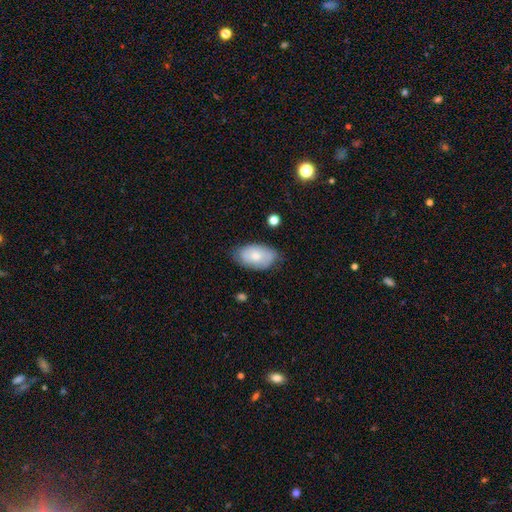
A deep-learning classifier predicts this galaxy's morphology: Smooth or featured? Predicted: smooth (p=0.67). How rounded? Predicted: in between (p=0.93). Merging? Predicted: none (p=0.68).